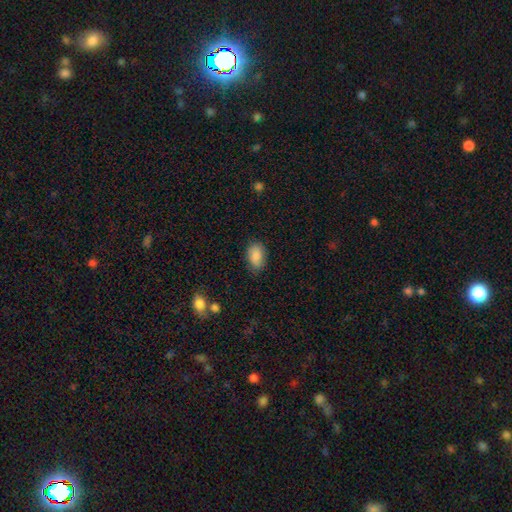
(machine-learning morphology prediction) type=smooth (88%); roundness=in between (90%); merging=none (76%).